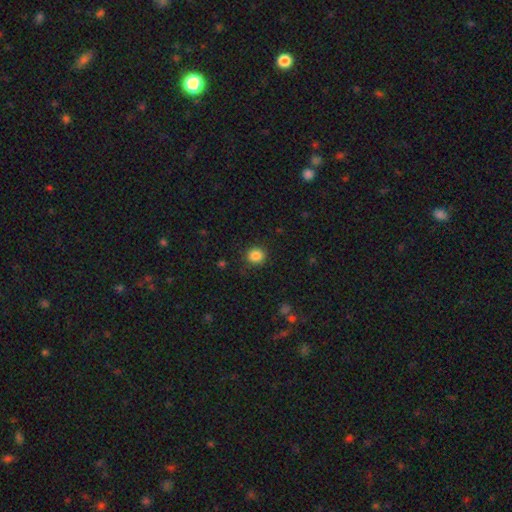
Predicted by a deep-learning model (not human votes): smooth-or-featured: smooth: 85% | star or artifact: 11% | featured or disk: 4%
  how-rounded: round: 86% | in between: 13% | cigar-shaped: 1%
  merging: none: 89% | minor disturbance: 7% | major disturbance: 2% | merger: 1%